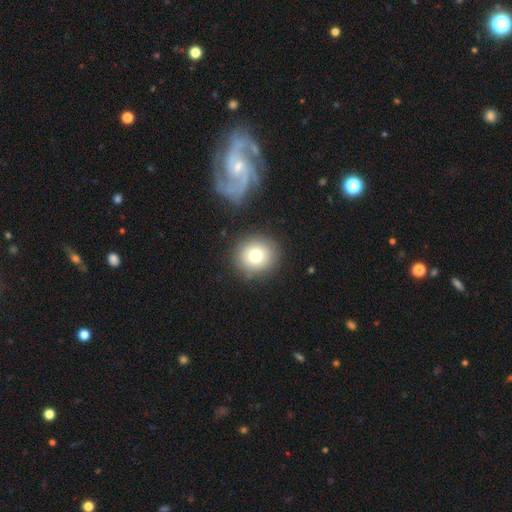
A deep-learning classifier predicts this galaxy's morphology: A smooth galaxy with no disk features (75%) that is round (89%). Merging: none (85%).